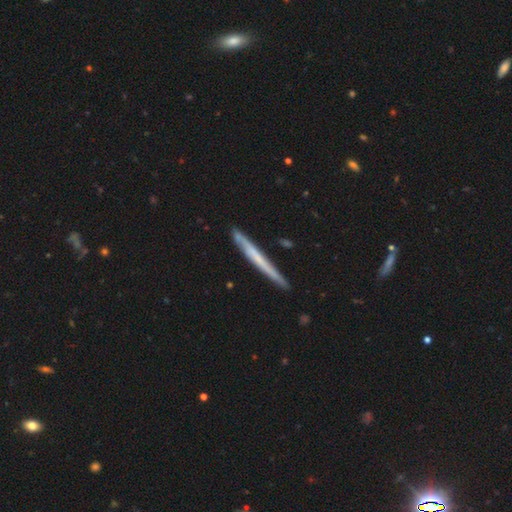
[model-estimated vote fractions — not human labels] The model was most divided on "smooth or featured": featured or disk: 50%, smooth: 44%, star or artifact: 5%. More confident: edge-on disk — yes (96%); merging — none (88%).